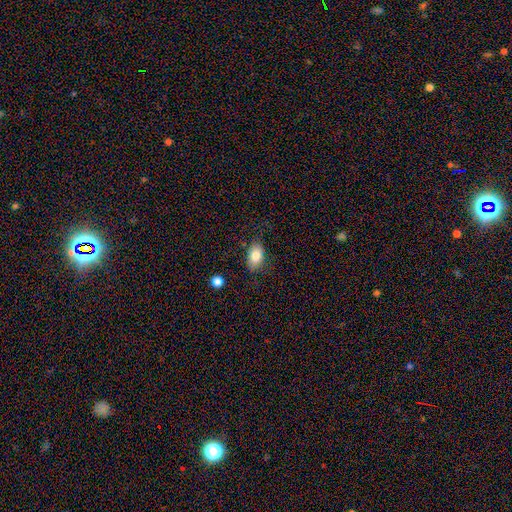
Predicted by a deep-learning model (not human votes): A smooth galaxy with no disk features (81%) that is in between round and cigar-shaped (90%).

Vote fractions:
- Smooth or featured? smooth: 81% / featured or disk: 12% / star or artifact: 8%
- How rounded? in between: 90% / round: 8% / cigar-shaped: 2%
- Merging? none: 79% / minor disturbance: 15% / major disturbance: 4% / merger: 2%